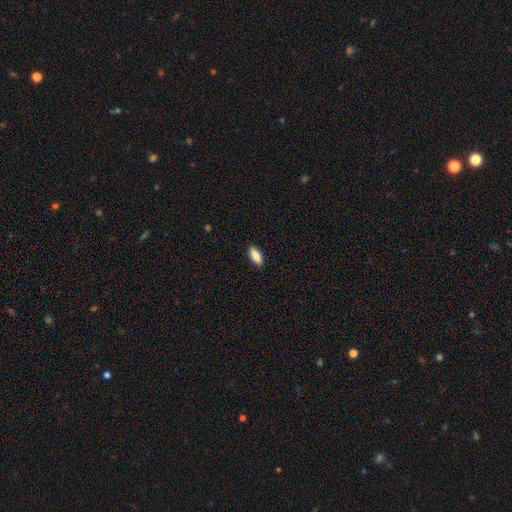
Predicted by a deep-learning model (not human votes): smooth_or_featured: smooth (p=0.88) [alt: star or artifact p=0.06]
how_rounded: in between (p=0.86) [alt: cigar-shaped p=0.12]
merging: none (p=0.89) [alt: minor disturbance p=0.08]